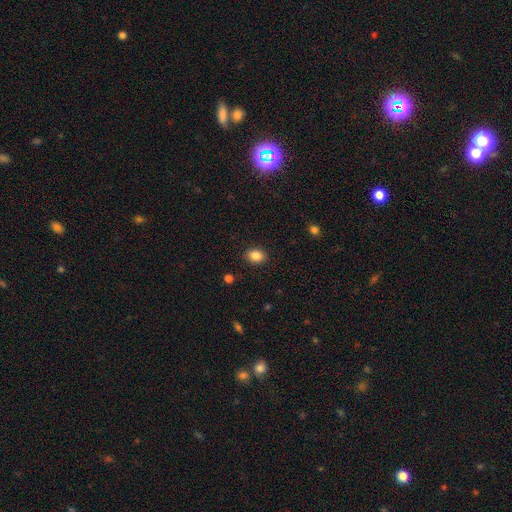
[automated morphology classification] This is clearly a smooth galaxy (86%). How rounded: likely in between (65%). Merging: clearly none (89%).